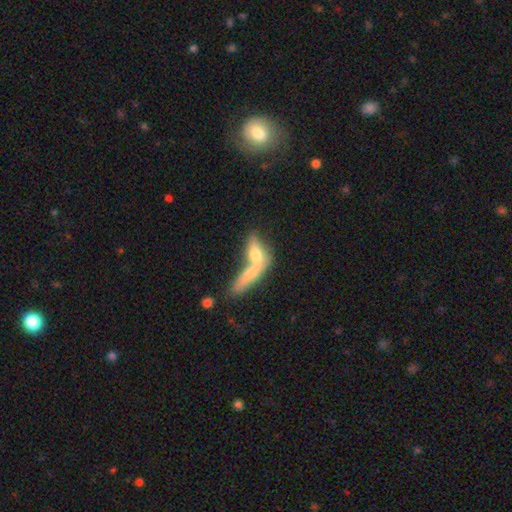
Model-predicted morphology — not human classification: The model was most divided on "smooth or featured": featured or disk: 45%, smooth: 38%, star or artifact: 18%. More confident: merging — merger (53%).